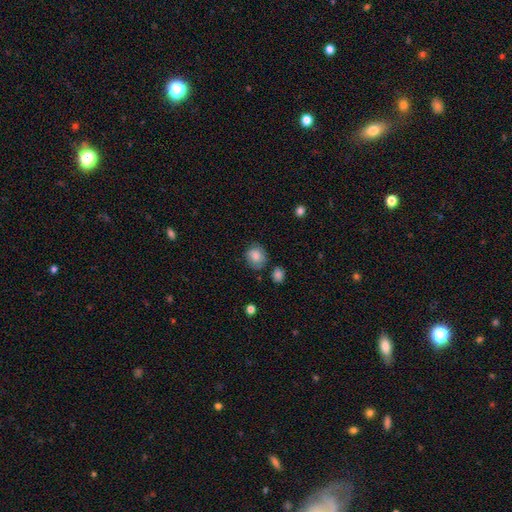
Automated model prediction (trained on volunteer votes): smooth_or_featured: smooth (p=0.80) [alt: featured or disk p=0.11]
how_rounded: round (p=0.72) [alt: in between p=0.27]
merging: none (p=0.68) [alt: minor disturbance p=0.22]